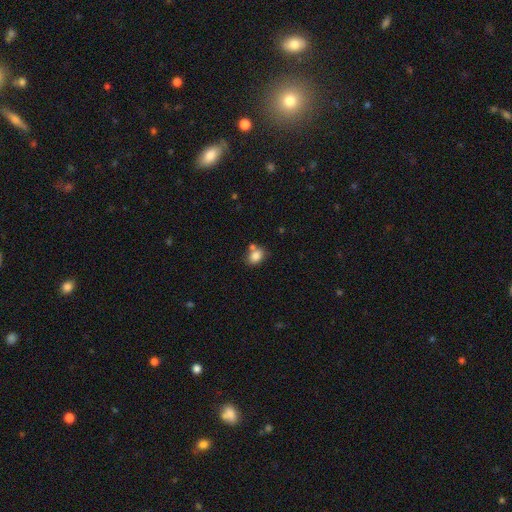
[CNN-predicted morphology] A smooth galaxy with no disk features (83%) that is in between round and cigar-shaped (65%). Merging: none (59%).